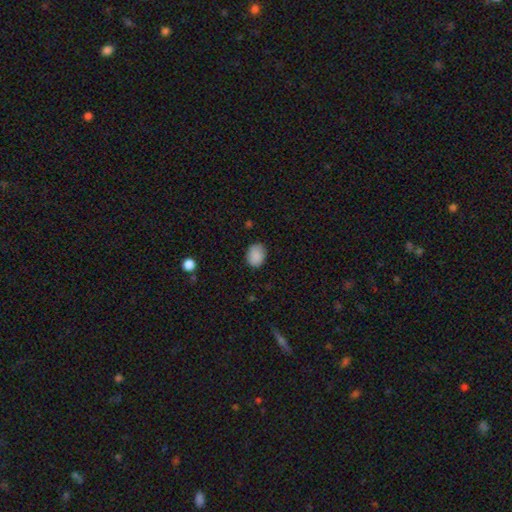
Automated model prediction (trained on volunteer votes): Smooth or featured? Predicted: smooth (p=0.89). How rounded? Predicted: in between (p=0.58). Merging? Predicted: none (p=0.84).